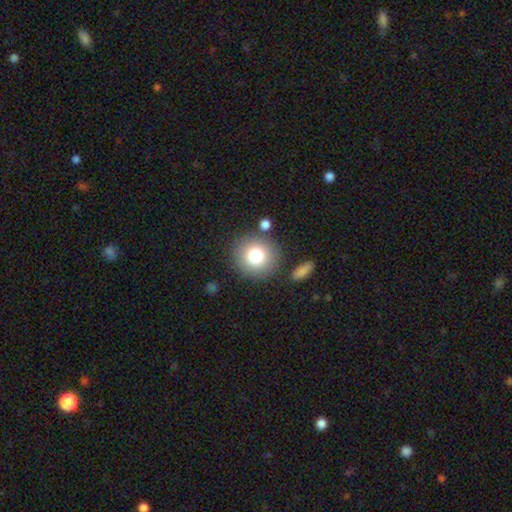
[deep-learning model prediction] The model was most divided on "smooth or featured": smooth: 81%, featured or disk: 10%, star or artifact: 10%. More confident: how rounded — round (93%); merging — none (81%).